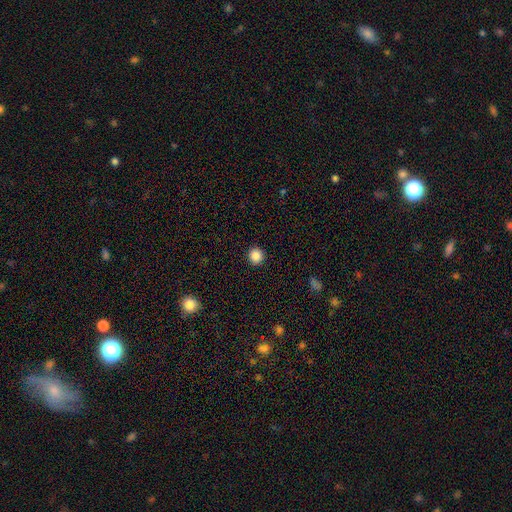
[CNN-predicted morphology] Smooth or featured? smooth (87%)
How rounded? round (93%)
Merging? none (93%)